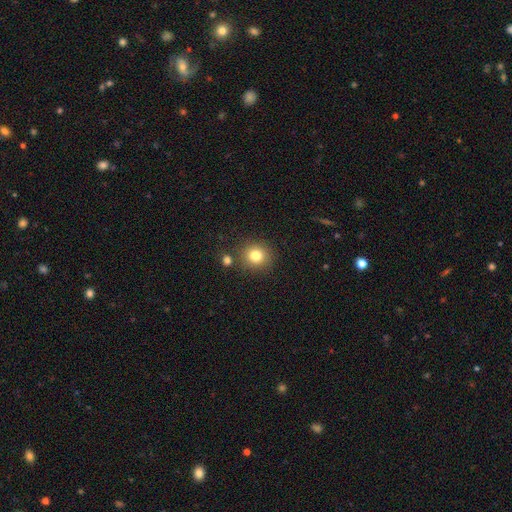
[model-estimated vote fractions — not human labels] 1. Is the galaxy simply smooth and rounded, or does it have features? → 80% smooth, 12% star or artifact, 7% featured or disk.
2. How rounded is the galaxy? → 87% round, 12% in between, 1% cigar-shaped.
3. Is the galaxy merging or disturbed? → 82% none, 9% minor disturbance, 6% merger, 3% major disturbance.